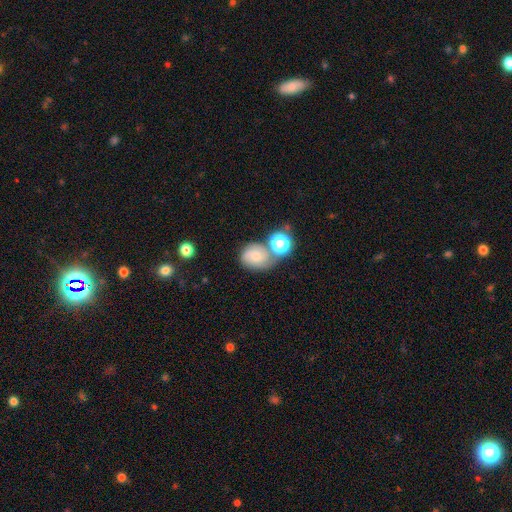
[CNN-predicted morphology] Smooth or featured? Predicted: smooth (p=0.51). How rounded? Predicted: round (p=0.57). Merging? Predicted: none (p=0.45).